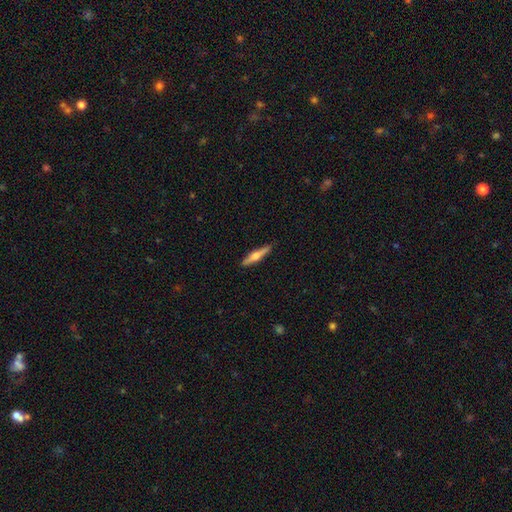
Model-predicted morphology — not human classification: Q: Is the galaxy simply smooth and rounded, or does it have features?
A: featured or disk — 58%.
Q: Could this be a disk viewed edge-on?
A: yes — 97%.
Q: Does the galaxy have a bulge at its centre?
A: rounded — 89%.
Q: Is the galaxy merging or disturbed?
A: none — 91%.